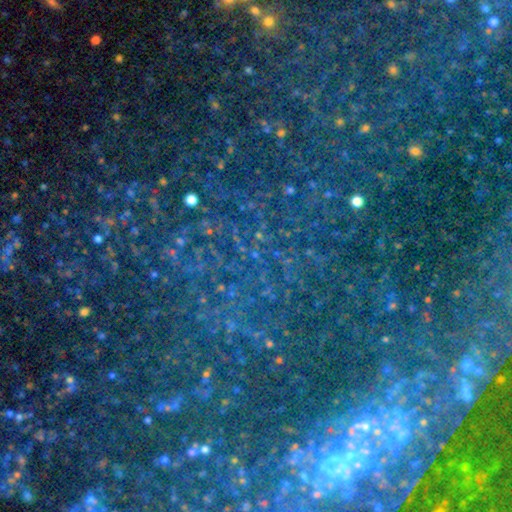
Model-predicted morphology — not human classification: Q: Smooth or featured?
A: star or artifact (81%); runner-up: smooth (11%)